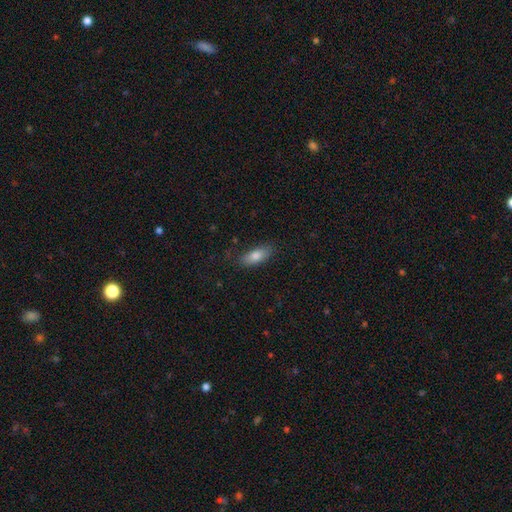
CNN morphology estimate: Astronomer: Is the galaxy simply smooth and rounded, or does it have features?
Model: smooth — 80%.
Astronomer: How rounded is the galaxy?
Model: in between — 76%.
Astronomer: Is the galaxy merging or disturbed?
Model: none — 82%.